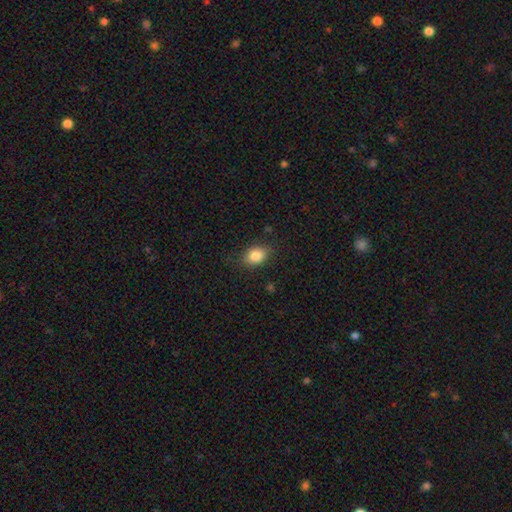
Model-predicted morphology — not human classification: This appears to be a smooth galaxy with no disk features (84%) that is in between round and cigar-shaped (67%). Merging: none (82%).